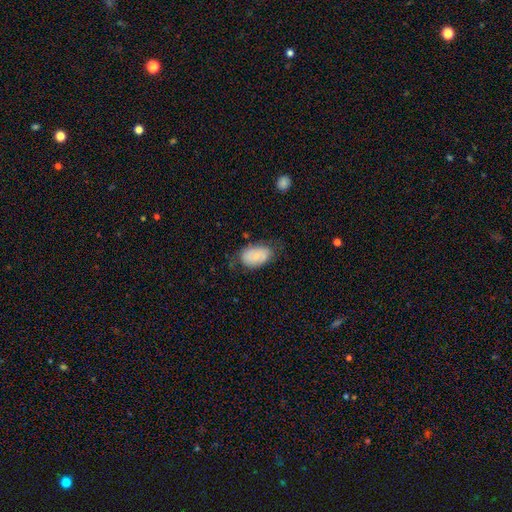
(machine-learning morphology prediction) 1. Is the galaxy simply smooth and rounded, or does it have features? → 66% smooth, 26% featured or disk, 7% star or artifact.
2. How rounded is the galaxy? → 90% in between, 9% round, 1% cigar-shaped.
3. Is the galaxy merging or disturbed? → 65% none, 25% minor disturbance, 7% major disturbance, 2% merger.